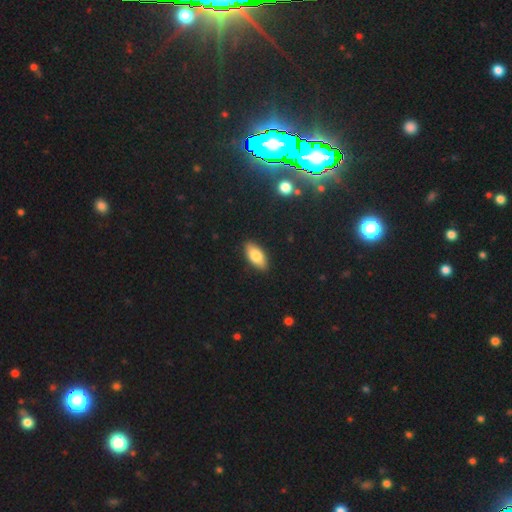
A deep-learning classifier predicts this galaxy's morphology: Q: Smooth or featured?
A: smooth (79%); runner-up: featured or disk (14%)
Q: How rounded?
A: in between (88%); runner-up: cigar-shaped (10%)
Q: Merging?
A: none (89%); runner-up: minor disturbance (8%)